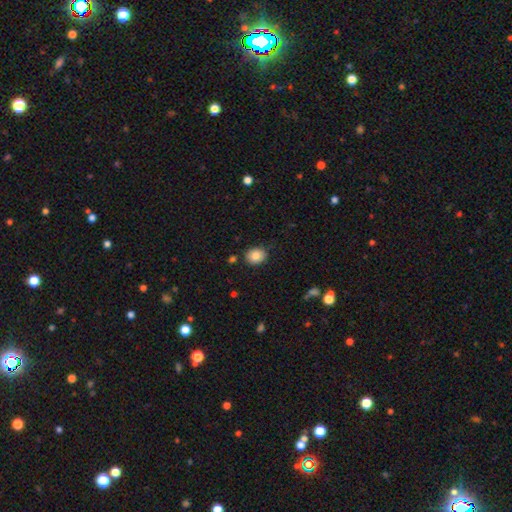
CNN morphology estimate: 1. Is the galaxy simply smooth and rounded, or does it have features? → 83% smooth, 9% star or artifact, 8% featured or disk.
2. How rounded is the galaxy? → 56% round, 43% in between, 1% cigar-shaped.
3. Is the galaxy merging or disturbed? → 85% none, 11% minor disturbance, 2% major disturbance, 2% merger.